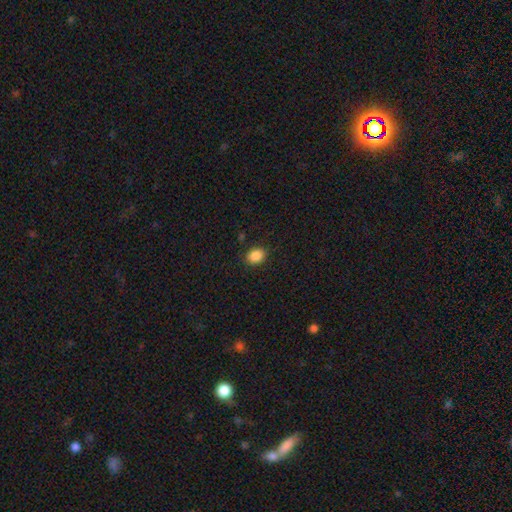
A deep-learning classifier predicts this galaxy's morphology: Smooth or featured? smooth (87%)
How rounded? in between (58%)
Merging? none (86%)